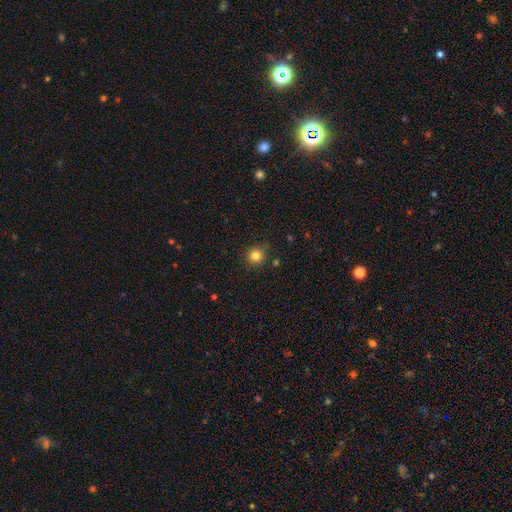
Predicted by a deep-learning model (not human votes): Smooth or featured? smooth (83%)
How rounded? round (93%)
Merging? none (88%)